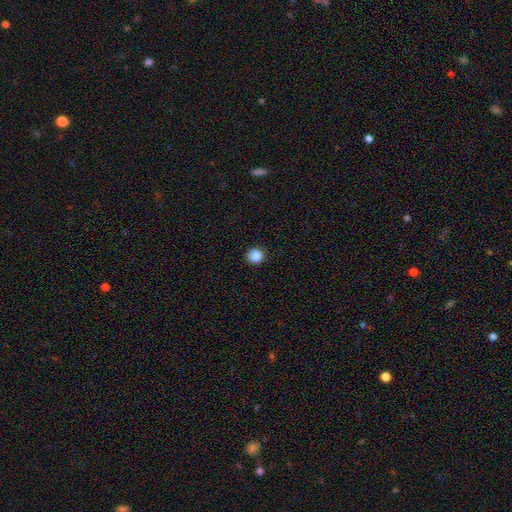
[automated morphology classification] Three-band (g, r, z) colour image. It shows a smooth galaxy with no disk features (87%) that is round (95%). Merging: none (92%).